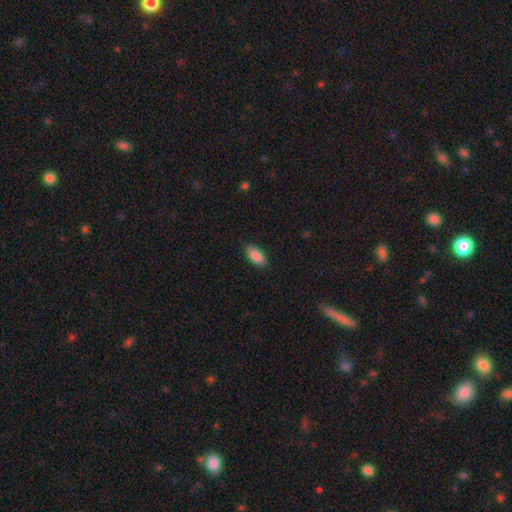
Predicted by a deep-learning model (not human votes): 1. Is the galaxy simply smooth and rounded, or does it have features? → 87% smooth, 7% star or artifact, 6% featured or disk.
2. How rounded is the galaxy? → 89% in between, 8% cigar-shaped, 2% round.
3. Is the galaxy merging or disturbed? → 84% none, 13% minor disturbance, 2% major disturbance, 1% merger.